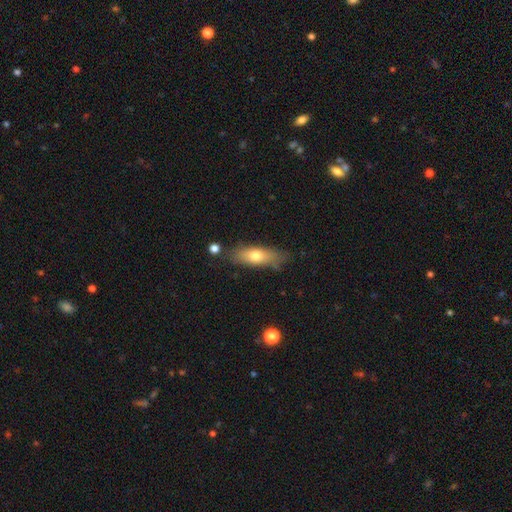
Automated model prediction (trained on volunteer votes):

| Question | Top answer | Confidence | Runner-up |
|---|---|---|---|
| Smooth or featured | smooth | 69% | featured or disk (25%) |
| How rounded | in between | 63% | cigar-shaped (33%) |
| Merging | none | 69% | minor disturbance (22%) |